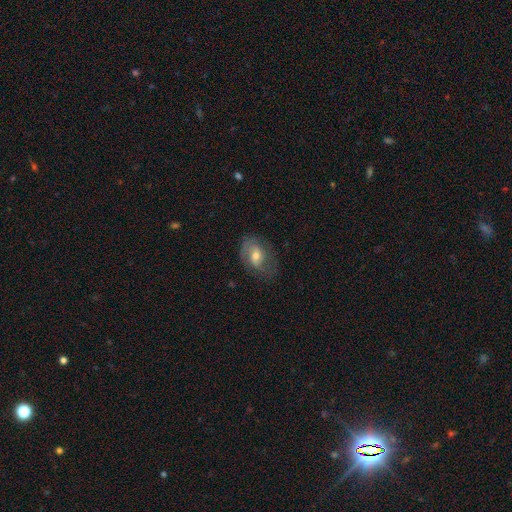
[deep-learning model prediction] A featured or disk galaxy (57%) with no bar (43%), spiral arms (78%) and a moderate central bulge (61%). Merging: none (62%).